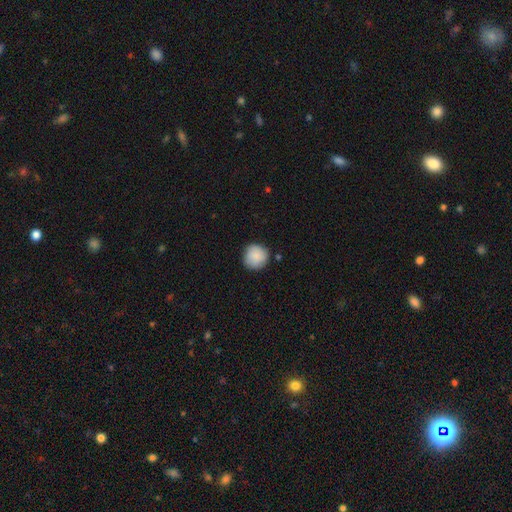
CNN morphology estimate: Smooth or featured? Predicted: smooth (p=0.88). How rounded? Predicted: round (p=0.93). Merging? Predicted: none (p=0.85).